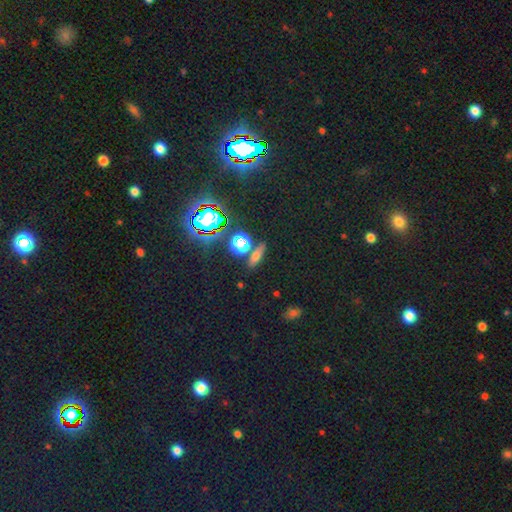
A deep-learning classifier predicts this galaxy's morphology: A smooth galaxy with no disk features (52%) that is cigar-shaped (50%).

Vote fractions:
- Smooth or featured? smooth: 52% / star or artifact: 28% / featured or disk: 20%
- How rounded? cigar-shaped: 50% / in between: 36% / round: 14%
- Merging? none: 80% / minor disturbance: 10% / merger: 7% / major disturbance: 4%